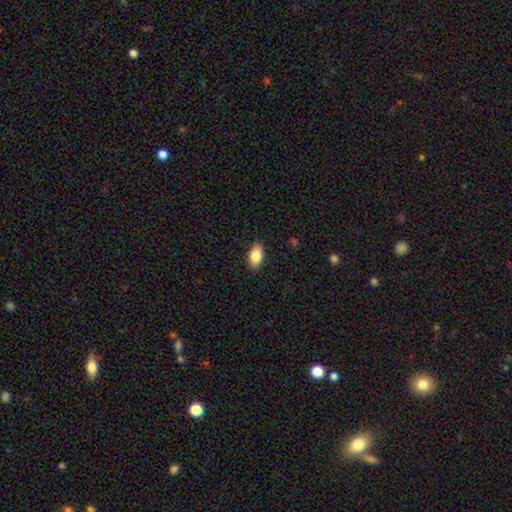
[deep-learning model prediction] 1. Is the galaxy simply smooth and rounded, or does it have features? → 84% smooth, 9% featured or disk, 7% star or artifact.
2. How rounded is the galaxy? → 92% in between, 6% round, 3% cigar-shaped.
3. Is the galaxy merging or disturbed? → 88% none, 9% minor disturbance, 2% major disturbance, 1% merger.